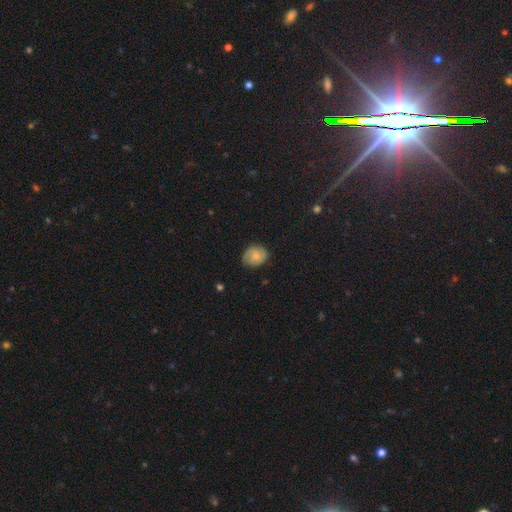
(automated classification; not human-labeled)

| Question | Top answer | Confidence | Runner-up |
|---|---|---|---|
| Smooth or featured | smooth | 60% | featured or disk (32%) |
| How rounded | round | 52% | in between (47%) |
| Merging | none | 72% | minor disturbance (22%) |